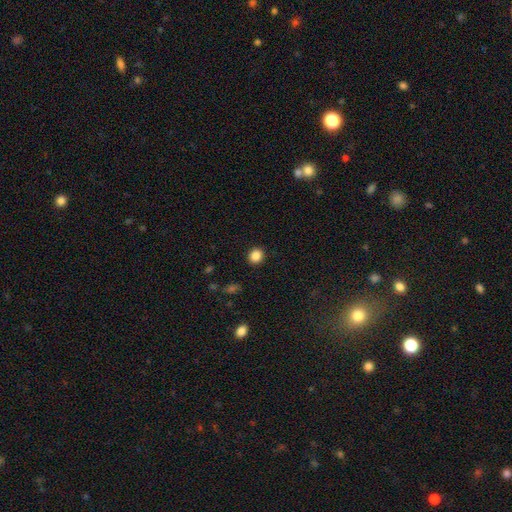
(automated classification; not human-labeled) Q: Smooth or featured?
A: smooth (86%); runner-up: star or artifact (10%)
Q: How rounded?
A: round (83%); runner-up: in between (16%)
Q: Merging?
A: none (91%); runner-up: minor disturbance (6%)